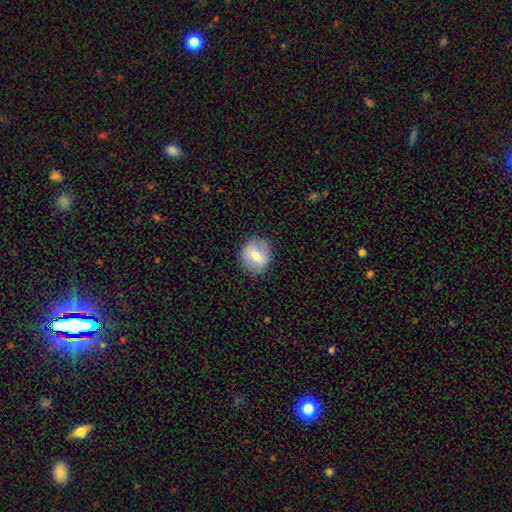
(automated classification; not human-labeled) This appears to be a smooth galaxy with no disk features (67%) that is round (75%). Merging: none (86%).